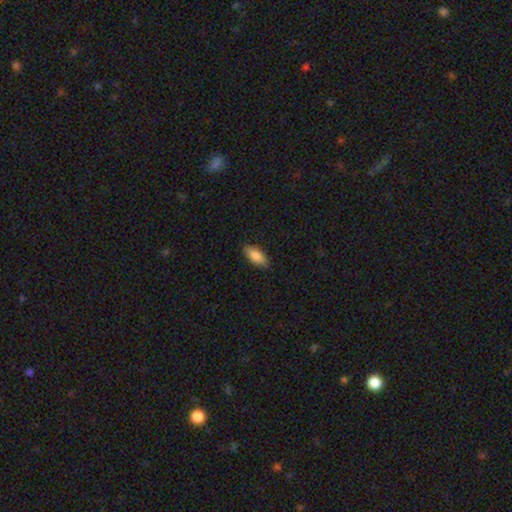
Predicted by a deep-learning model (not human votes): smooth-or-featured: smooth: 84% | featured or disk: 10% | star or artifact: 6%
  how-rounded: in between: 81% | cigar-shaped: 17% | round: 2%
  merging: none: 86% | minor disturbance: 11% | major disturbance: 2% | merger: 1%